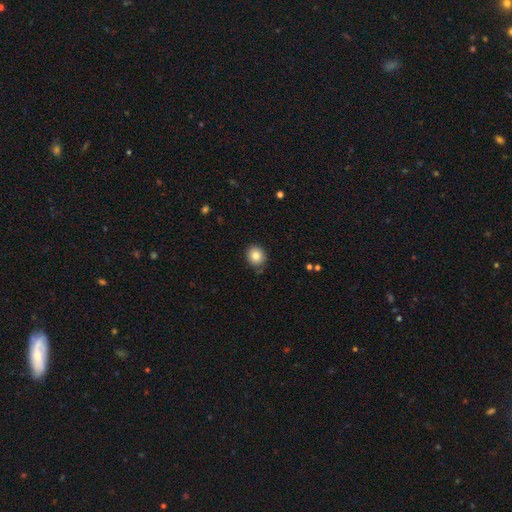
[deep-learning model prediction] A smooth galaxy with no disk features (84%) that is round (77%).

Vote fractions:
- Smooth or featured? smooth: 84% / star or artifact: 9% / featured or disk: 7%
- How rounded? round: 77% / in between: 22% / cigar-shaped: 1%
- Merging? none: 81% / minor disturbance: 13% / major disturbance: 3% / merger: 2%